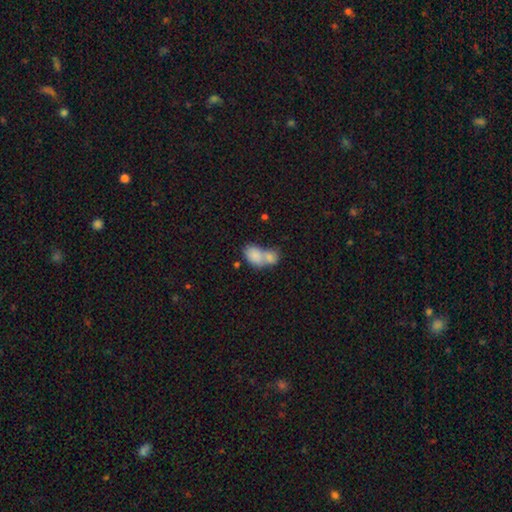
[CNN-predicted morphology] Smooth or featured: smooth — 81% (featured or disk — 12%)
How rounded: in between — 84% (round — 15%)
Merging: merger — 70% (none — 19%)